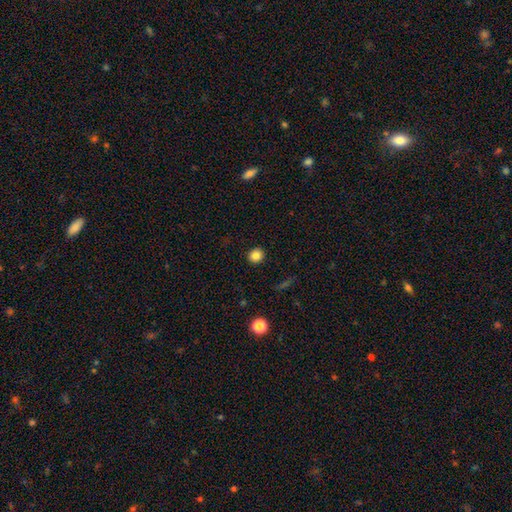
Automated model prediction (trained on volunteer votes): The model was most divided on "smooth or featured": smooth: 82%, star or artifact: 12%, featured or disk: 6%. More confident: merging — none (91%); how rounded — round (86%).